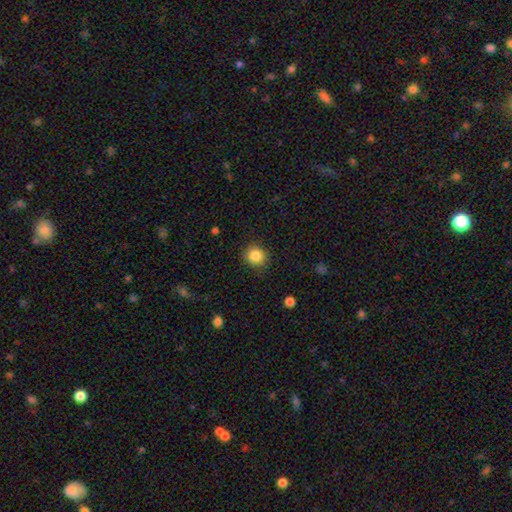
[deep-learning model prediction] smooth-or-featured: smooth: 85% | star or artifact: 10% | featured or disk: 4%
  how-rounded: round: 88% | in between: 11% | cigar-shaped: 1%
  merging: none: 88% | minor disturbance: 8% | major disturbance: 3% | merger: 1%